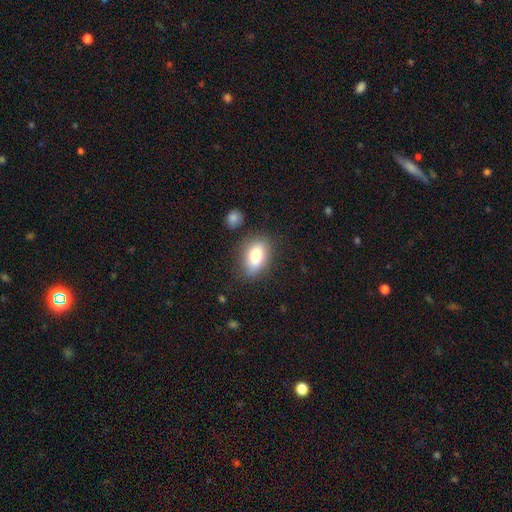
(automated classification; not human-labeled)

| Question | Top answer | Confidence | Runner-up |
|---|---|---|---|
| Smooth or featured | smooth | 80% | featured or disk (12%) |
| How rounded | in between | 86% | round (10%) |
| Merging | none | 77% | minor disturbance (15%) |